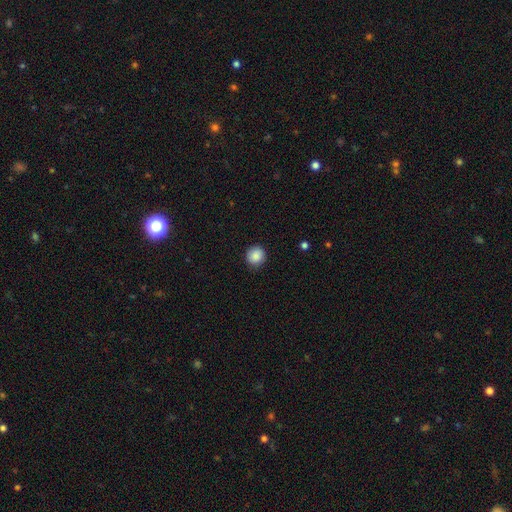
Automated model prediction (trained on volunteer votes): Smooth or featured? smooth (87%)
How rounded? round (90%)
Merging? none (87%)